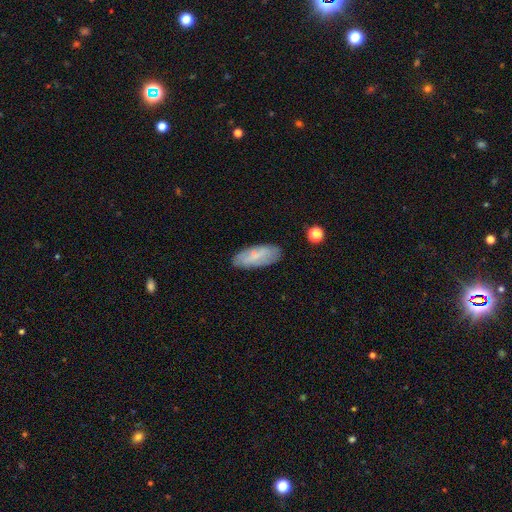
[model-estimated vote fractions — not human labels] A smooth galaxy with no disk features (62%) that is in between round and cigar-shaped (80%). Merging: none (81%).